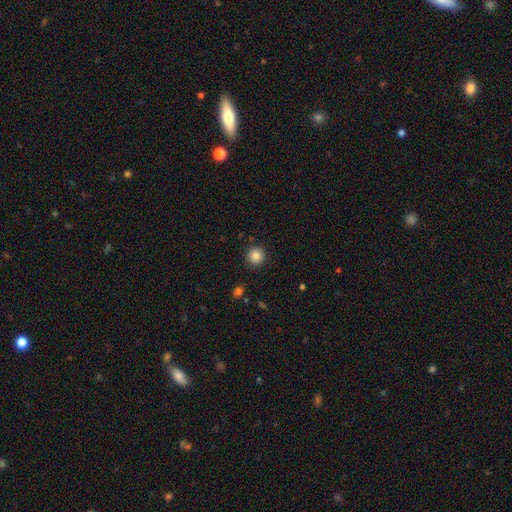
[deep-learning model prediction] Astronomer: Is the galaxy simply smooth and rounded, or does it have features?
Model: smooth — 85%.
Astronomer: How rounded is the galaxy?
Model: round — 94%.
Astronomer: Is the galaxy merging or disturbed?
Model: none — 90%.